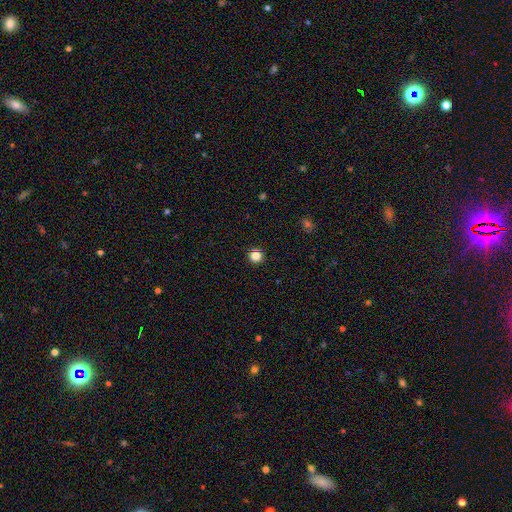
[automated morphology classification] Overall: smooth (83%). How rounded: round (96%). Merging: none (93%).